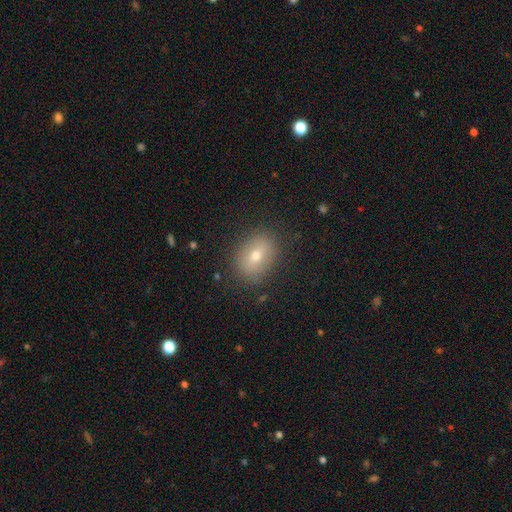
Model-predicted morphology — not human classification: smooth 66%, featured or disk 23%, star or artifact 11%. Down the decision tree: how rounded — in between (67%); merging — none (84%).